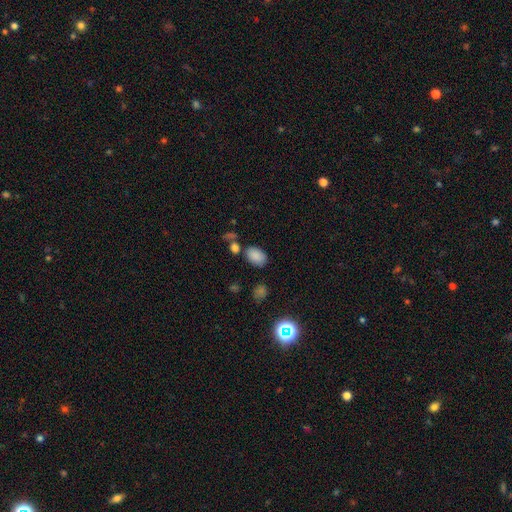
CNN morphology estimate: smooth 84%, star or artifact 11%, featured or disk 5%. Down the decision tree: how rounded — in between (86%); merging — none (72%).